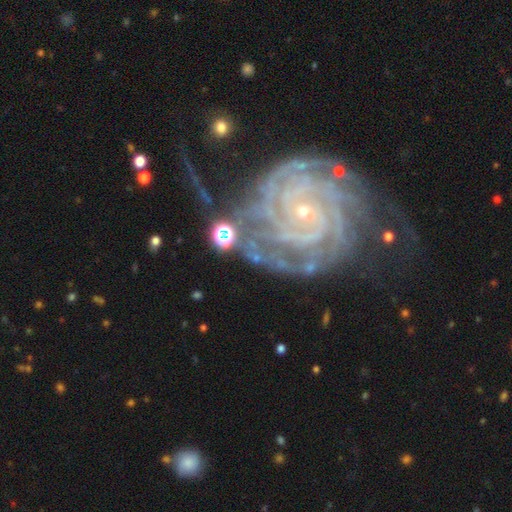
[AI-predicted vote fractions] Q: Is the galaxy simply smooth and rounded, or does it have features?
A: featured or disk — 82%.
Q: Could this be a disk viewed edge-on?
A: no — 97%.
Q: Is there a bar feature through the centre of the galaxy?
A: no — 60%.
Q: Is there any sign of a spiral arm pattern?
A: yes — 97%.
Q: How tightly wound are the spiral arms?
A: tight — 79%.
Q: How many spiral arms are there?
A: can't tell — 21%, tied with 4.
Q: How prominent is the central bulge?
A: small — 74%.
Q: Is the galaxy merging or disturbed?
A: none — 66%.